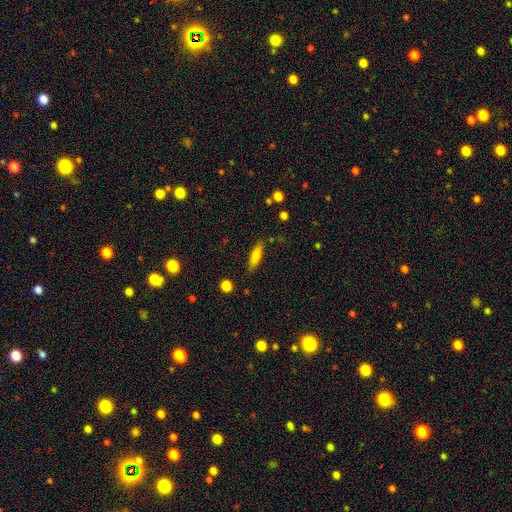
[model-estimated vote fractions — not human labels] Smooth or featured? smooth (75%)
How rounded? cigar-shaped (60%)
Merging? none (82%)